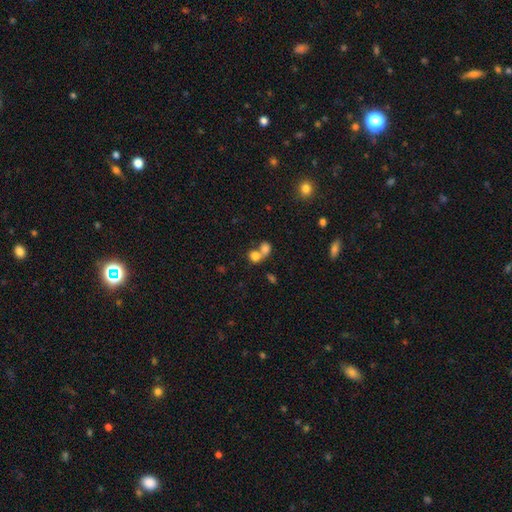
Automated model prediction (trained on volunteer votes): smooth_or_featured: smooth (p=0.78) [alt: featured or disk p=0.11]
how_rounded: round (p=0.58) [alt: in between p=0.41]
merging: merger (p=0.64) [alt: none p=0.26]